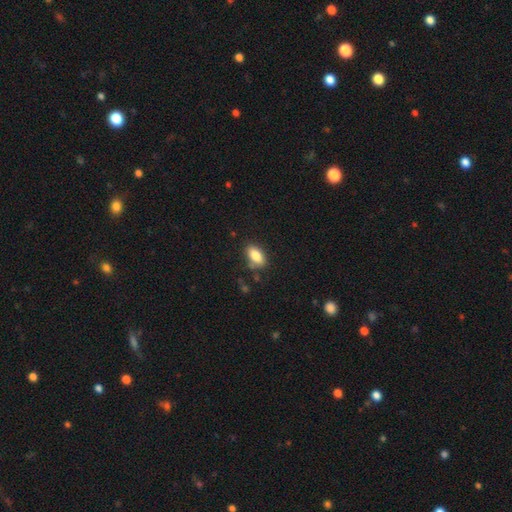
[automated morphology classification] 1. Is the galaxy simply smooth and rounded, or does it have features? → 83% smooth, 9% featured or disk, 8% star or artifact.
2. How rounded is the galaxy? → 88% in between, 7% cigar-shaped, 5% round.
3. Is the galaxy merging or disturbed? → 76% none, 17% minor disturbance, 4% major disturbance, 4% merger.